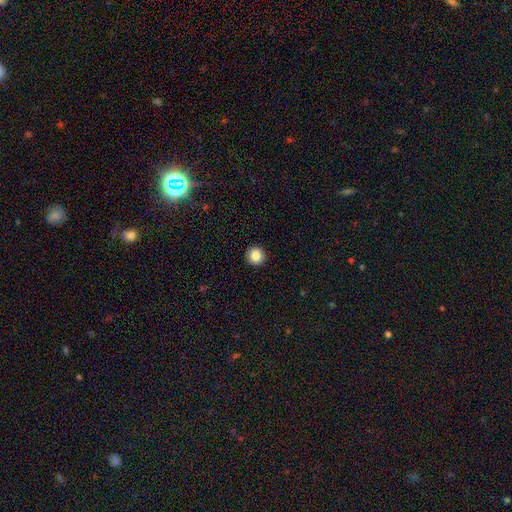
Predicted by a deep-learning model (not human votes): smooth-or-featured: smooth: 85% | star or artifact: 9% | featured or disk: 6%
  how-rounded: round: 91% | in between: 8% | cigar-shaped: 1%
  merging: none: 93% | minor disturbance: 5% | major disturbance: 2% | merger: 1%